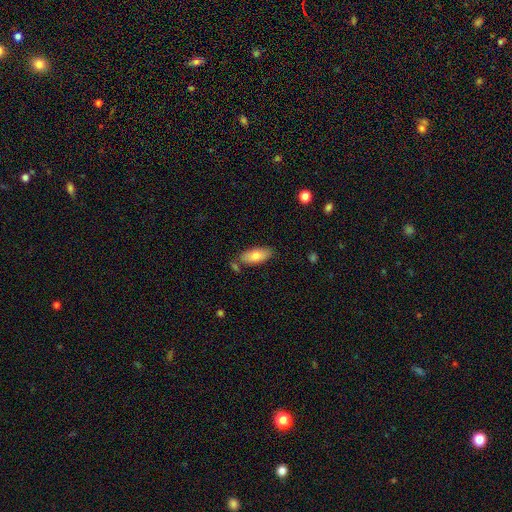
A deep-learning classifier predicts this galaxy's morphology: Smooth or featured? Predicted: smooth (p=0.77). How rounded? Predicted: in between (p=0.85). Merging? Predicted: none (p=0.77).